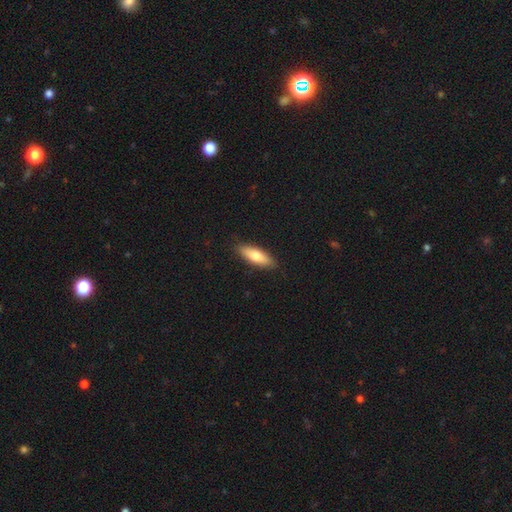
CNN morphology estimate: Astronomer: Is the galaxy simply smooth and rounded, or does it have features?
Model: smooth — 73%.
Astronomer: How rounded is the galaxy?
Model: in between — 56% (runner-up: cigar-shaped, 42%).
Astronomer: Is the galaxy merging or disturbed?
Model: none — 88%.